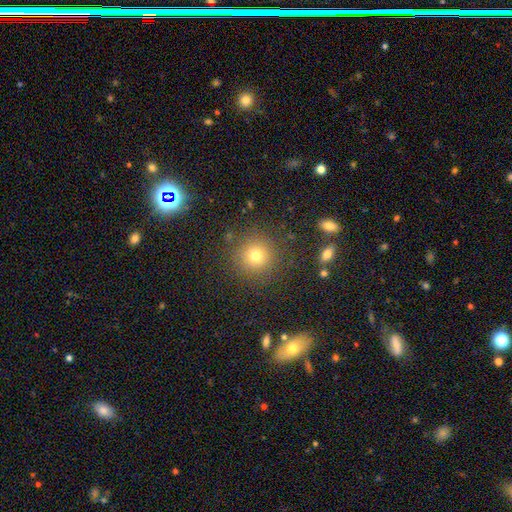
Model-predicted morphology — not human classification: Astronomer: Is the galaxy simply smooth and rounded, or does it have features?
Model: smooth — 74%.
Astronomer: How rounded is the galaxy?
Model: round — 94%.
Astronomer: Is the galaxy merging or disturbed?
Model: none — 87%.